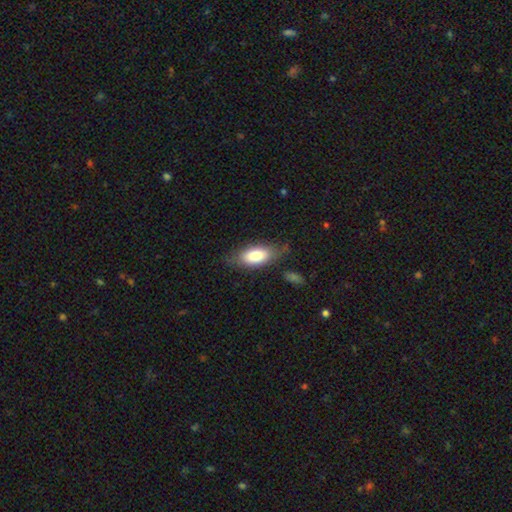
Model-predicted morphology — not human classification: smooth 81%, featured or disk 13%, star or artifact 6%. Down the decision tree: how rounded — in between (86%); merging — none (70%).